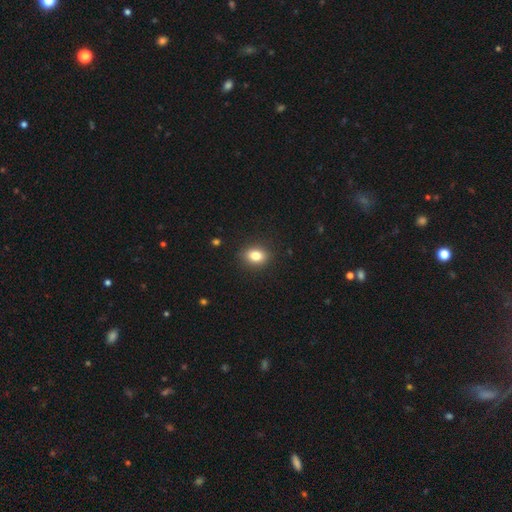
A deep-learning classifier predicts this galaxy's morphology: This appears to be a smooth galaxy with no disk features (82%) that is in between round and cigar-shaped (62%). Merging: none (89%).